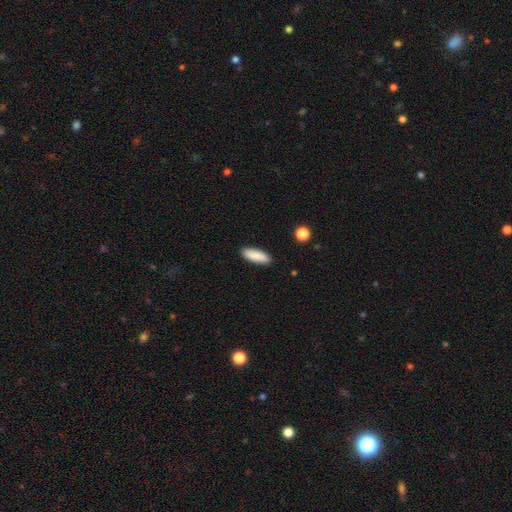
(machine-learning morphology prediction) This appears to be a smooth galaxy with no disk features (89%) that is in between round and cigar-shaped (55%). Merging: none (89%).